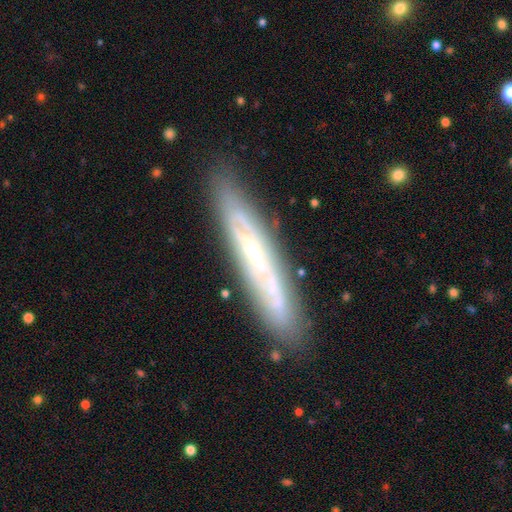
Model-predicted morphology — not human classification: smooth-or-featured: featured or disk: 72% | smooth: 21% | star or artifact: 7%
  disk-edge-on: yes: 60% | no: 40%
  merging: none: 82% | minor disturbance: 13% | major disturbance: 3% | merger: 2%